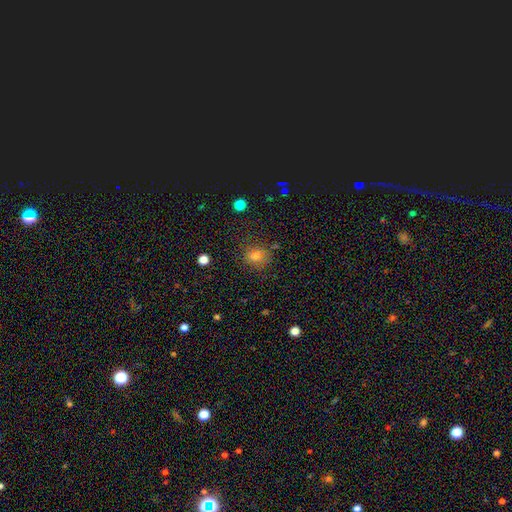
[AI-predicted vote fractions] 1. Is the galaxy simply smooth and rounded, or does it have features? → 76% smooth, 16% star or artifact, 8% featured or disk.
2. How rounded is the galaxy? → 76% round, 23% in between, 1% cigar-shaped.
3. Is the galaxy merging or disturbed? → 81% none, 13% minor disturbance, 4% major disturbance, 2% merger.